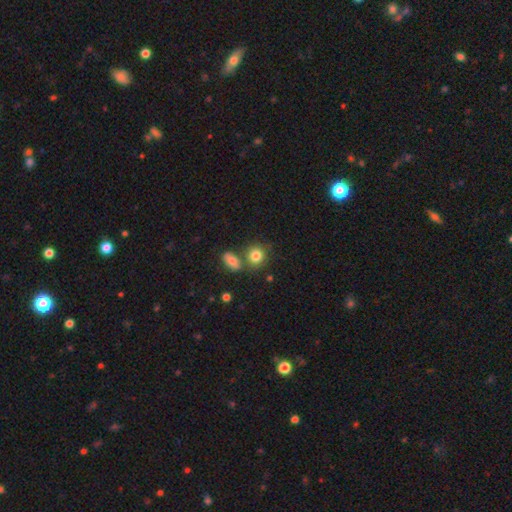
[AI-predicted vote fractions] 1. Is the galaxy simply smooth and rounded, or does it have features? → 82% smooth, 9% star or artifact, 9% featured or disk.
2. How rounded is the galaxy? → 72% round, 26% in between, 1% cigar-shaped.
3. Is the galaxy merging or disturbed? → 61% none, 24% merger, 11% minor disturbance, 4% major disturbance.